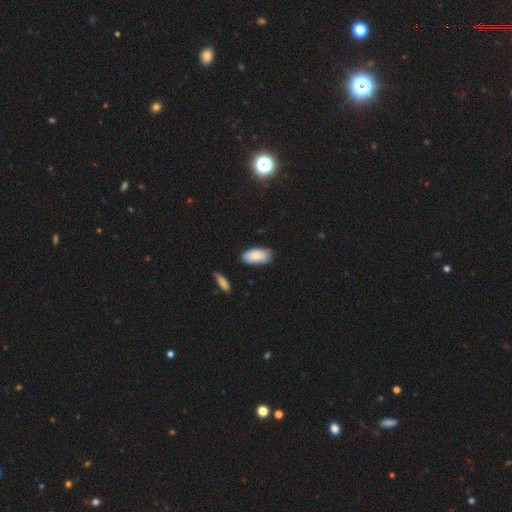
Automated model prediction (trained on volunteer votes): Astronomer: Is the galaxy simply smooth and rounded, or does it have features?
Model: smooth — 85%.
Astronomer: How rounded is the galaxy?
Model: in between — 93%.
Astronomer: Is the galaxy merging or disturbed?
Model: none — 72%.